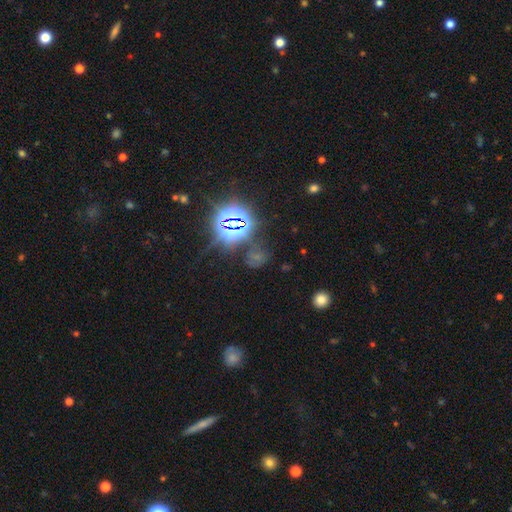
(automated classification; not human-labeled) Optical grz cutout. It shows a star or artifact, not a galaxy (60%).